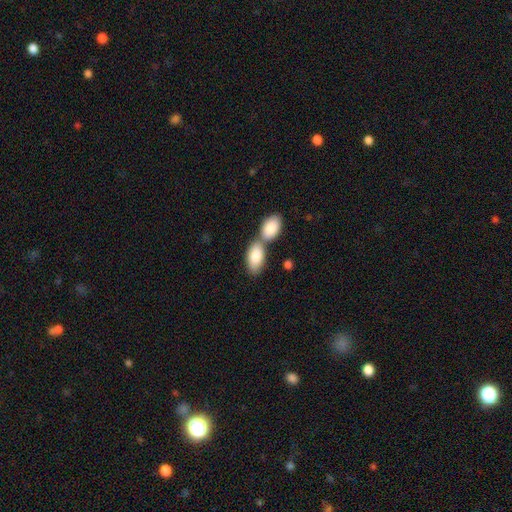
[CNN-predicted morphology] Q: Smooth or featured?
A: smooth (84%); runner-up: featured or disk (10%)
Q: How rounded?
A: in between (93%); runner-up: round (4%)
Q: Merging?
A: merger (54%); runner-up: none (34%)